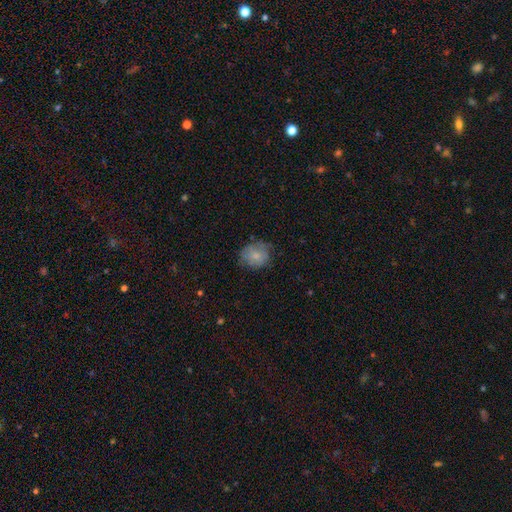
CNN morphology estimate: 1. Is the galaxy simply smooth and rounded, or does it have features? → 72% smooth, 20% featured or disk, 8% star or artifact.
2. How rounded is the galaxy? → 67% round, 32% in between, 1% cigar-shaped.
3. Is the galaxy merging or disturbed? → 65% none, 26% minor disturbance, 8% major disturbance, 1% merger.